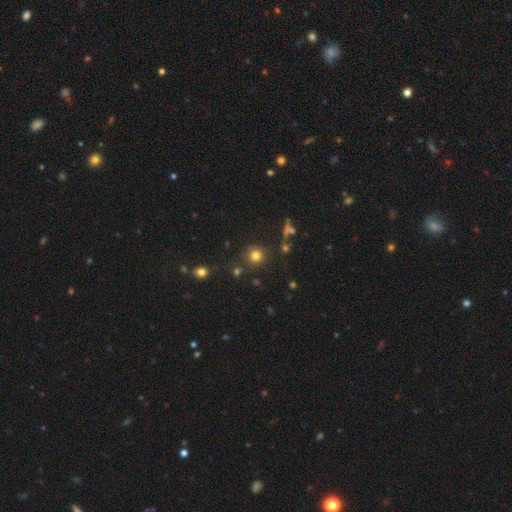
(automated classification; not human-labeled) smooth 75%, star or artifact 17%, featured or disk 8%. Down the decision tree: how rounded — round (91%); merging — none (80%).